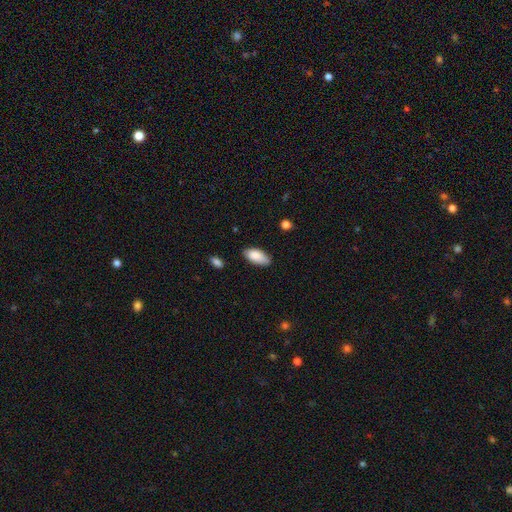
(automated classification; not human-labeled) A smooth galaxy with no disk features (88%) that is in between round and cigar-shaped (91%). Merging: none (78%).